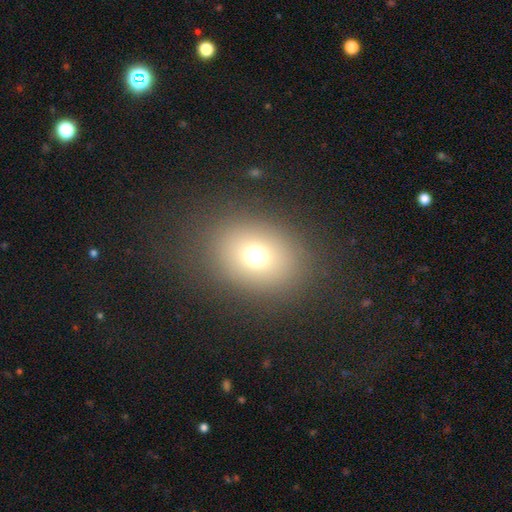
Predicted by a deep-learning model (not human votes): Q: Smooth or featured?
A: smooth (69%); runner-up: star or artifact (18%)
Q: How rounded?
A: round (55%); runner-up: in between (44%)
Q: Merging?
A: none (85%); runner-up: minor disturbance (8%)